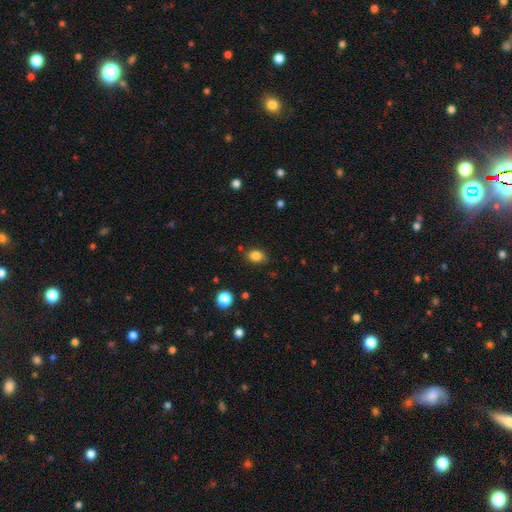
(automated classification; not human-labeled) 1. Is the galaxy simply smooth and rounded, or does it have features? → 83% smooth, 11% star or artifact, 7% featured or disk.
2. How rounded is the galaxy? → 65% in between, 33% round, 1% cigar-shaped.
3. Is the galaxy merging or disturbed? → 75% none, 19% minor disturbance, 4% major disturbance, 2% merger.